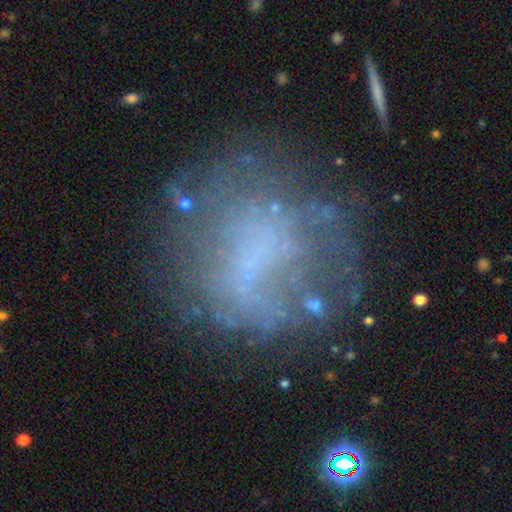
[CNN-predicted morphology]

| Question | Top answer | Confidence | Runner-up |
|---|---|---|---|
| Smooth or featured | featured or disk | 47% | smooth (34%) |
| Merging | none | 56% | major disturbance (21%) |